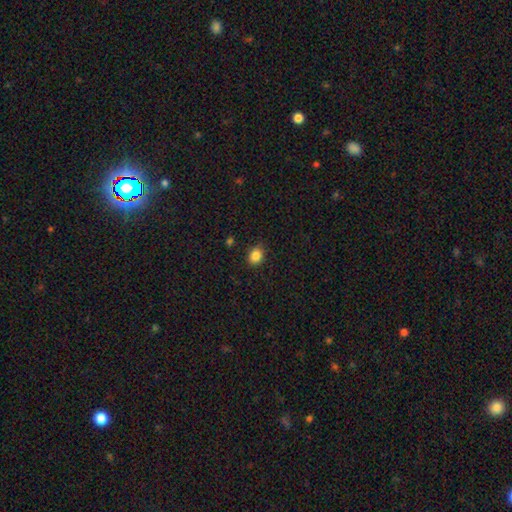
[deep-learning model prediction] The model was most divided on "how rounded": round: 53%, in between: 46%, cigar-shaped: 1%. More confident: merging — none (85%); smooth or featured — smooth (84%).